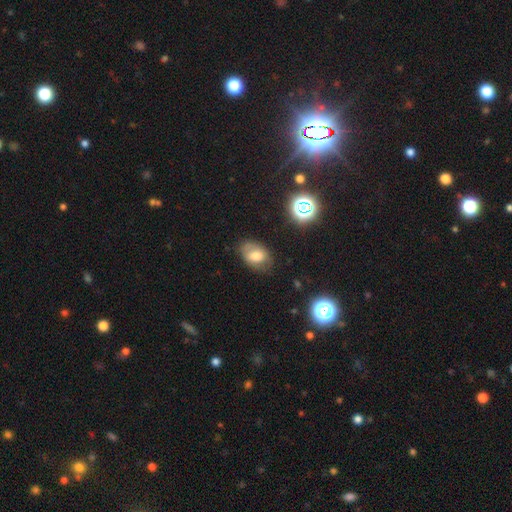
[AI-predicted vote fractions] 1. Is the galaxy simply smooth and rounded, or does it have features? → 64% smooth, 24% featured or disk, 12% star or artifact.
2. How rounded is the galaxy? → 79% in between, 20% round, 1% cigar-shaped.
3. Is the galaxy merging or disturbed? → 64% none, 25% minor disturbance, 8% major disturbance, 3% merger.